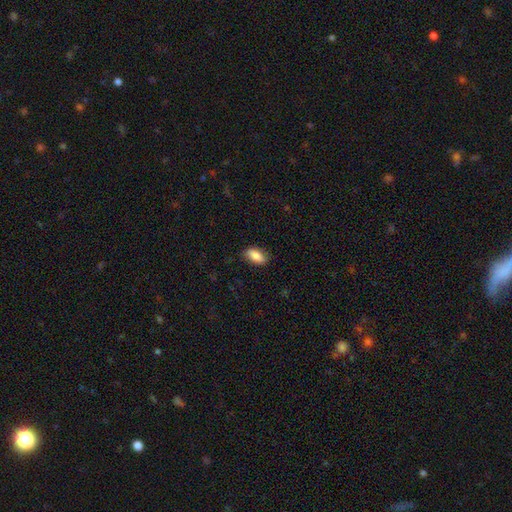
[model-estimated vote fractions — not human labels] This appears to be a smooth galaxy with no disk features (85%) that is in between round and cigar-shaped (89%). Merging: none (81%).